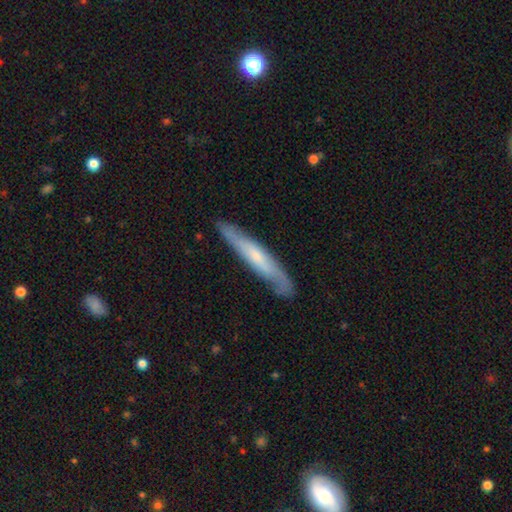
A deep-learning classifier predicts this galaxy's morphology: smooth_or_featured: featured or disk (p=0.53) [alt: smooth p=0.42]
disk_edge_on: yes (p=0.70) [alt: no p=0.30]
merging: none (p=0.82) [alt: minor disturbance p=0.13]